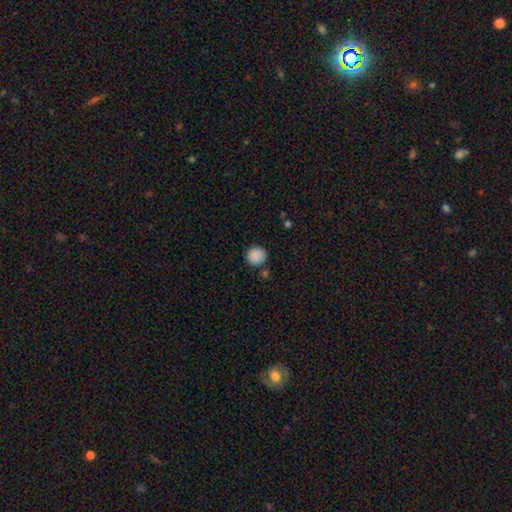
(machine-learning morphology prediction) smooth_or_featured: smooth (p=0.88) [alt: star or artifact p=0.09]
how_rounded: round (p=0.92) [alt: in between p=0.07]
merging: none (p=0.83) [alt: minor disturbance p=0.10]